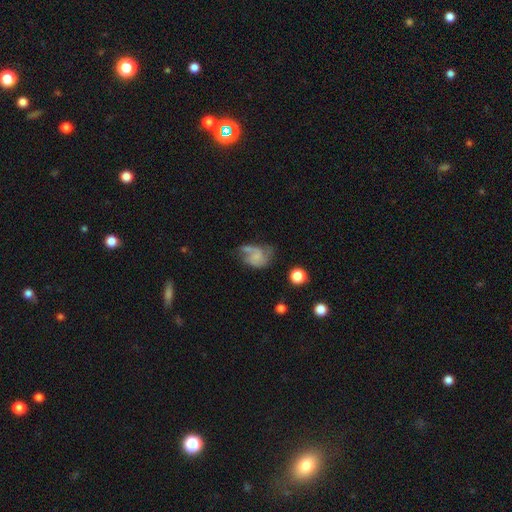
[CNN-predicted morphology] type=featured or disk (50%); edge-on=no (98%); merging=major disturbance (35%).